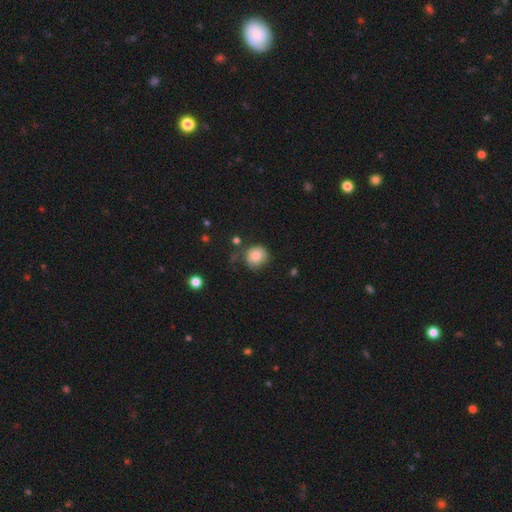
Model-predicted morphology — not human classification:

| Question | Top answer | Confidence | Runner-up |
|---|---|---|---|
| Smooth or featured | smooth | 82% | star or artifact (9%) |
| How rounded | round | 85% | in between (14%) |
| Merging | none | 62% | minor disturbance (26%) |